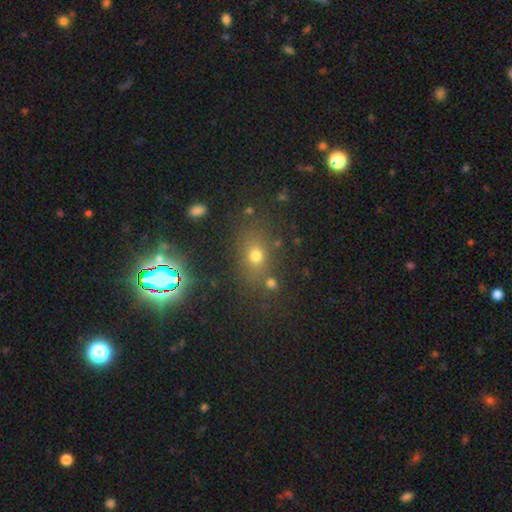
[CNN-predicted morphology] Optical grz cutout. It shows a smooth galaxy with no disk features (63%) that is in between round and cigar-shaped (53%). Merging: none (74%).